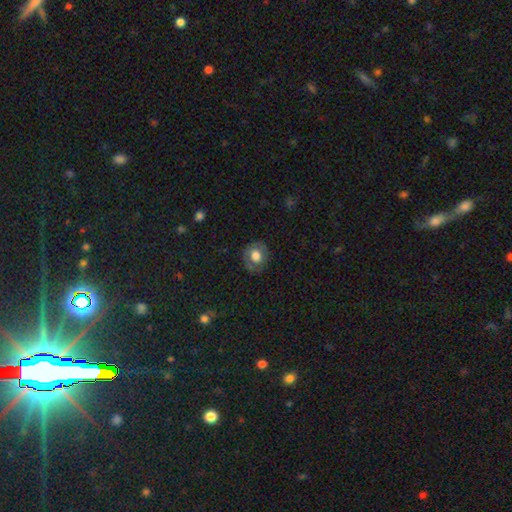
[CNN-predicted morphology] Smooth or featured: smooth — 64% (featured or disk — 27%)
How rounded: round — 74% (in between — 25%)
Merging: none — 80% (minor disturbance — 14%)